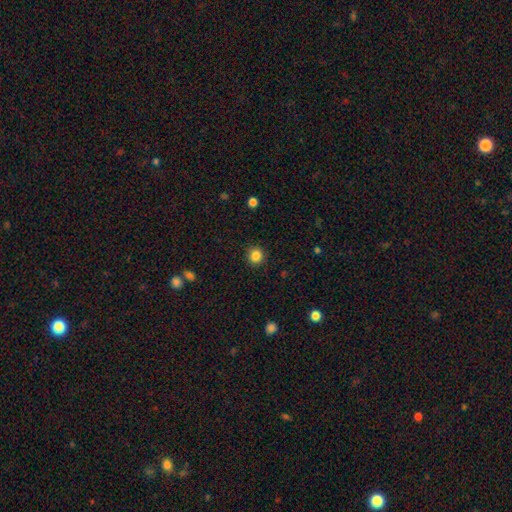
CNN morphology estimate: Smooth or featured?
  - smooth: 85% *
  - star or artifact: 11%
  - featured or disk: 4%
How rounded?
  - round: 91% *
  - in between: 8%
  - cigar-shaped: 1%
Merging?
  - none: 91% *
  - minor disturbance: 6%
  - major disturbance: 2%
  - merger: 1%